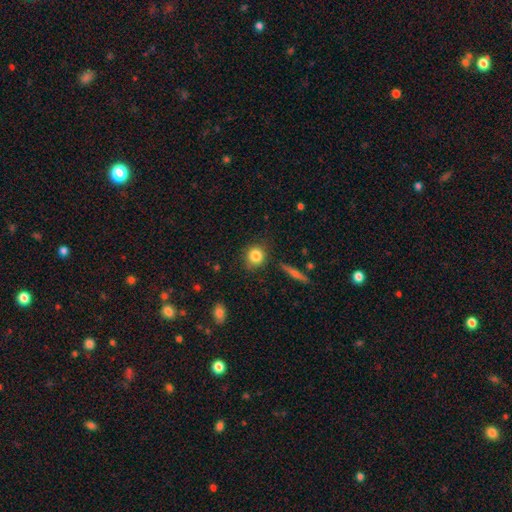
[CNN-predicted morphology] This appears to be a smooth galaxy with no disk features (82%) that is round (85%). Merging: none (83%).